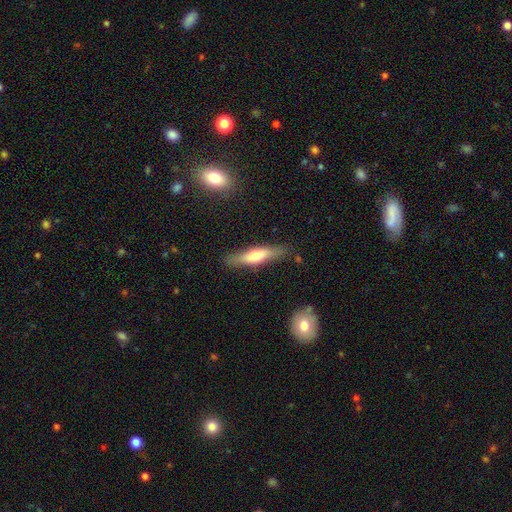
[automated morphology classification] Overall: smooth (54%; featured or disk 40%). How rounded: cigar-shaped (75%). Merging: none (84%).